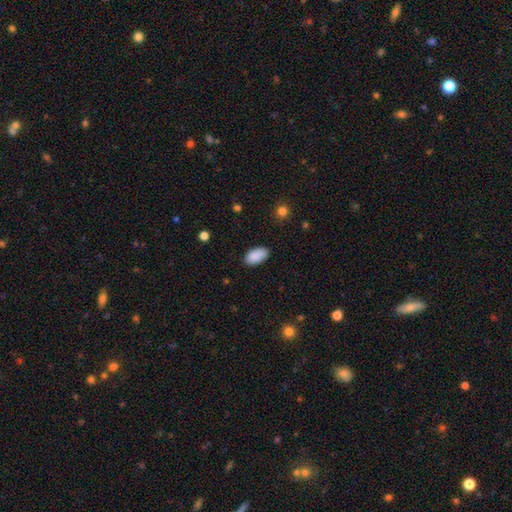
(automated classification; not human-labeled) Smooth or featured: smooth — 89% (star or artifact — 7%)
How rounded: in between — 95% (round — 3%)
Merging: none — 84% (minor disturbance — 12%)